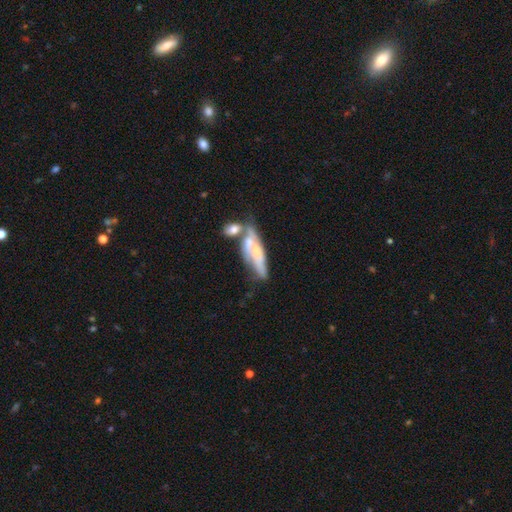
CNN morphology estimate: Overall: featured or disk (59%; smooth 32%). Edge-on disk: no (55%; yes 45%). Merging: merger (42%; none 31%).